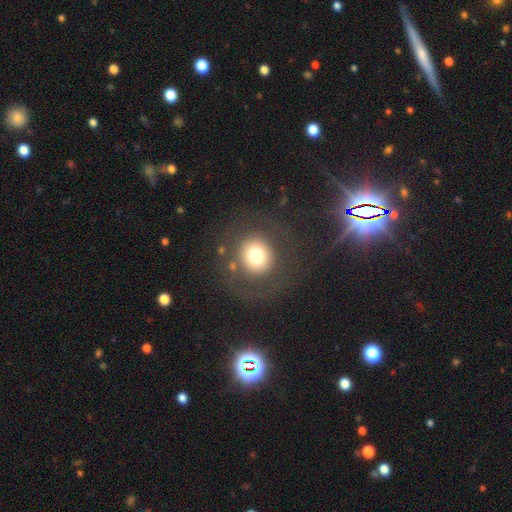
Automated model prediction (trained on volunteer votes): Smooth or featured: smooth — 69% (featured or disk — 17%)
How rounded: round — 91% (in between — 8%)
Merging: none — 78% (major disturbance — 10%)